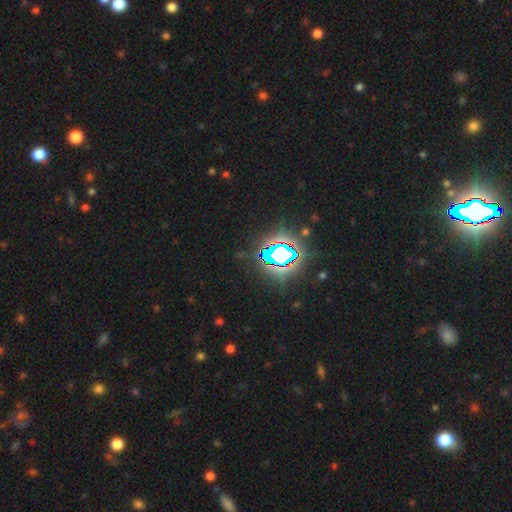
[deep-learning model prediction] Smooth or featured? Predicted: star or artifact (p=0.82).